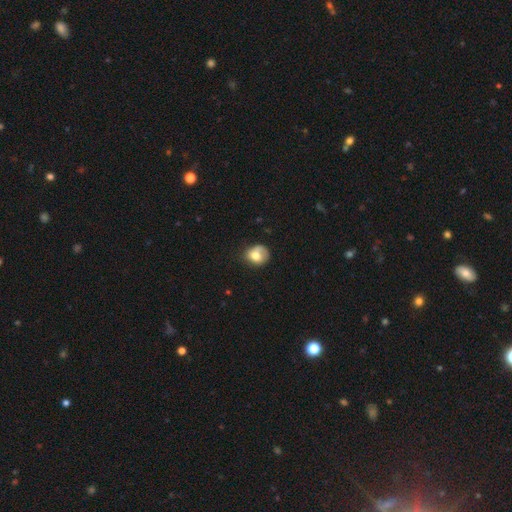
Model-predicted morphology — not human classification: A smooth galaxy with no disk features (69%) that is round (64%). Merging: none (50%).